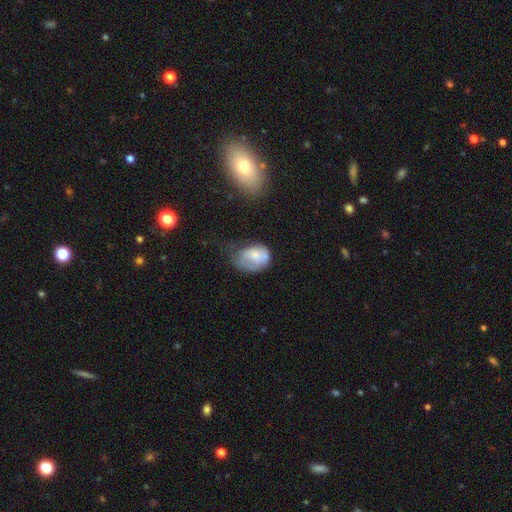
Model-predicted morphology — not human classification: type=smooth (62%); roundness=in between (72%); merging=minor disturbance (38%).